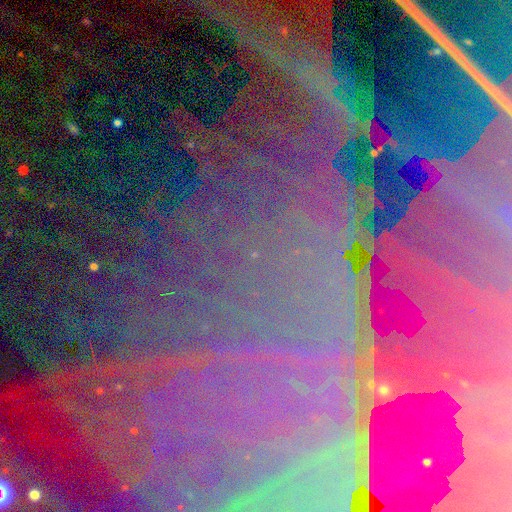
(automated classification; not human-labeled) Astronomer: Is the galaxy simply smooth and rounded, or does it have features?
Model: star or artifact — 84%.